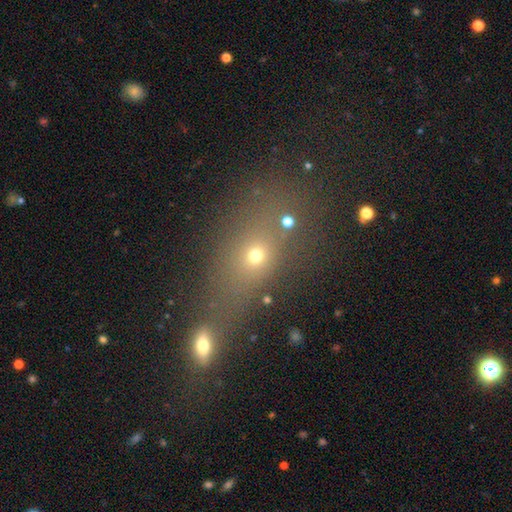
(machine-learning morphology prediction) This appears to be a smooth galaxy with no disk features (58%) that is in between round and cigar-shaped (49%). Merging: none (50%).